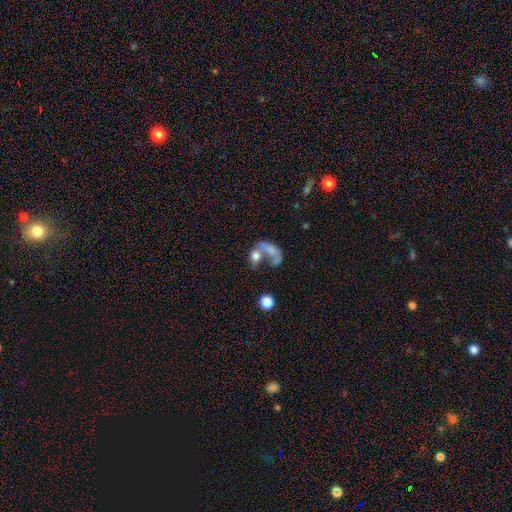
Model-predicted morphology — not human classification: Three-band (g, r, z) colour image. It shows a smooth galaxy with no disk features (62%) that is in between round and cigar-shaped (61%). Merging: merger (54%).